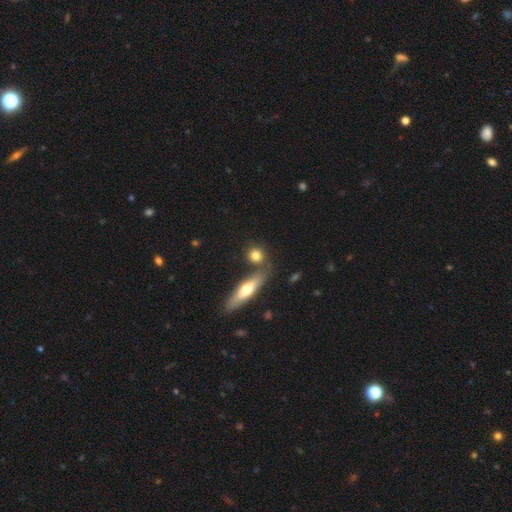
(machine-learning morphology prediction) Smooth or featured? Predicted: smooth (p=0.76). How rounded? Predicted: round (p=0.73). Merging? Predicted: none (p=0.70).